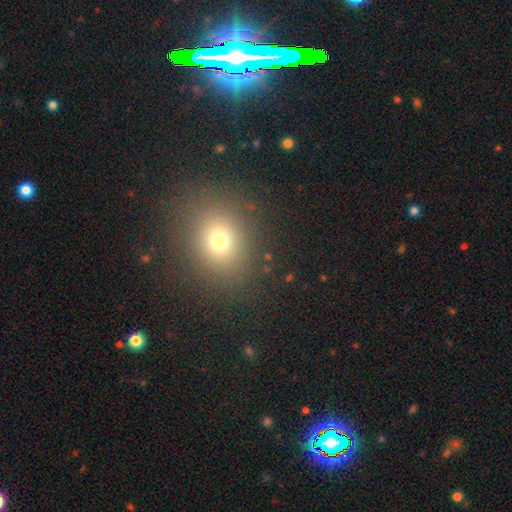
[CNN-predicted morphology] A smooth galaxy with no disk features (56%) that is round (60%).

Vote fractions:
- Smooth or featured? smooth: 56% / star or artifact: 34% / featured or disk: 11%
- How rounded? round: 60% / in between: 38% / cigar-shaped: 2%
- Merging? none: 89% / minor disturbance: 7% / major disturbance: 3% / merger: 2%